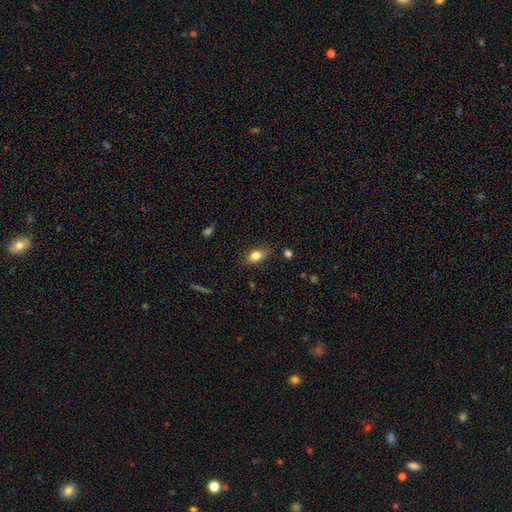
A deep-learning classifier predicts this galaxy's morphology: Smooth or featured?
  - smooth: 81% *
  - featured or disk: 10%
  - star or artifact: 9%
How rounded?
  - in between: 84% *
  - round: 11%
  - cigar-shaped: 5%
Merging?
  - none: 82% *
  - minor disturbance: 13%
  - major disturbance: 3%
  - merger: 2%